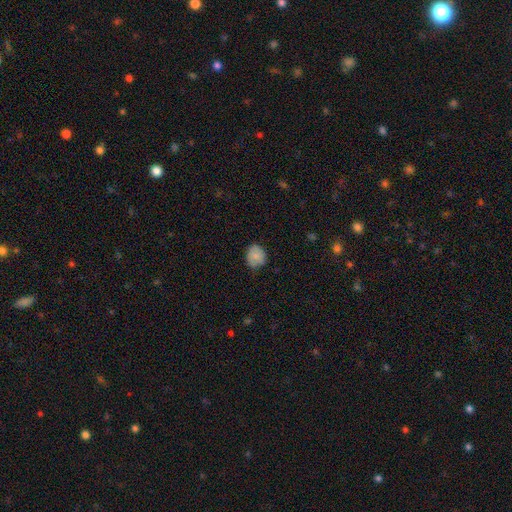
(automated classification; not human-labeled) This appears to be a smooth galaxy with no disk features (79%) that is round (69%). Merging: none (70%).